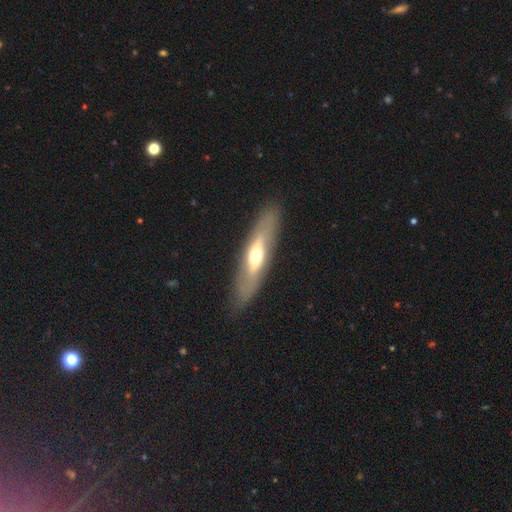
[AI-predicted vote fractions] smooth_or_featured: featured or disk (p=0.53) [alt: smooth p=0.41]
disk_edge_on: yes (p=0.58) [alt: no p=0.42]
merging: none (p=0.84) [alt: minor disturbance p=0.11]